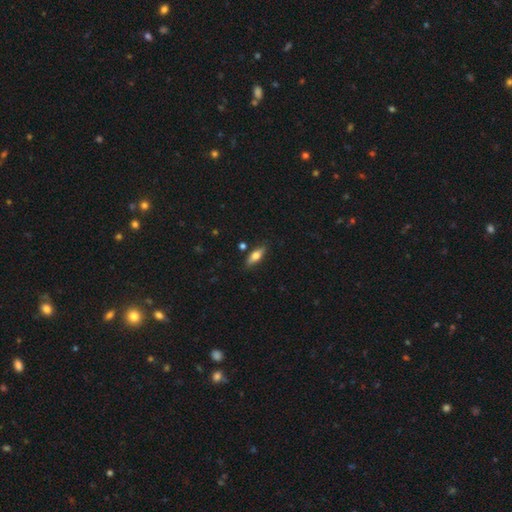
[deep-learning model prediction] Smooth or featured: smooth — 66% (featured or disk — 27%)
How rounded: in between — 64% (cigar-shaped — 33%)
Merging: none — 84% (minor disturbance — 11%)